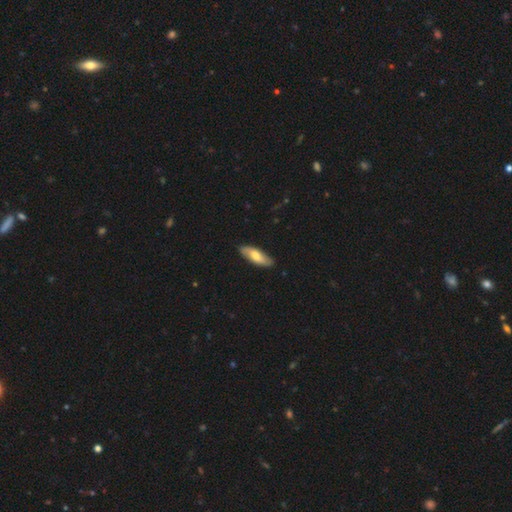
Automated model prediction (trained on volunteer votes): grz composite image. It shows a smooth galaxy with no disk features (63%) that is in between round and cigar-shaped (63%). Merging: none (85%).